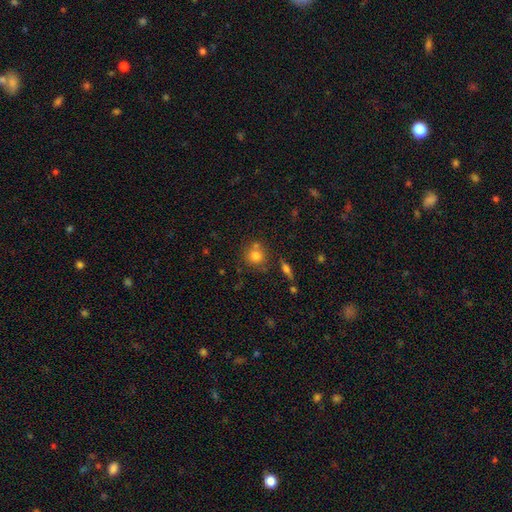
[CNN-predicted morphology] smooth 77%, star or artifact 11%, featured or disk 11%. Down the decision tree: how rounded — round (87%); merging — none (65%).